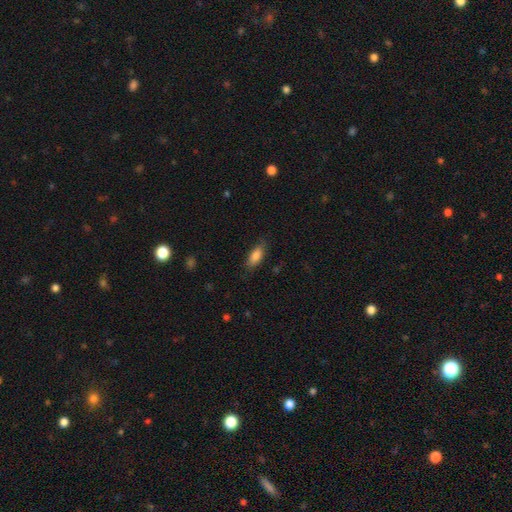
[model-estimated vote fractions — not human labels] This appears to be a smooth galaxy with no disk features (83%) that is in between round and cigar-shaped (71%). Merging: none (81%).